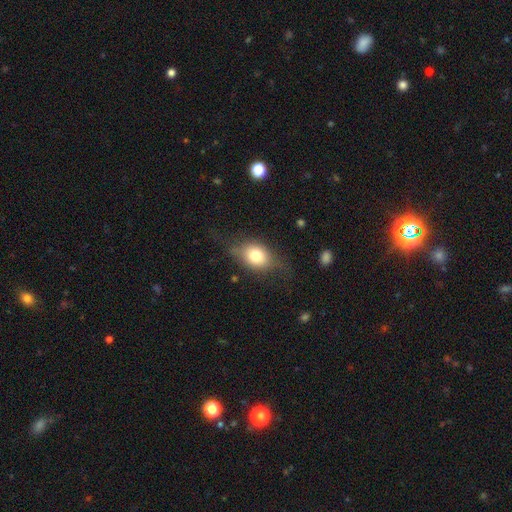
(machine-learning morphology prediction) Q: Smooth or featured?
A: smooth (66%); runner-up: featured or disk (25%)
Q: How rounded?
A: in between (62%); runner-up: round (35%)
Q: Merging?
A: none (59%); runner-up: minor disturbance (25%)